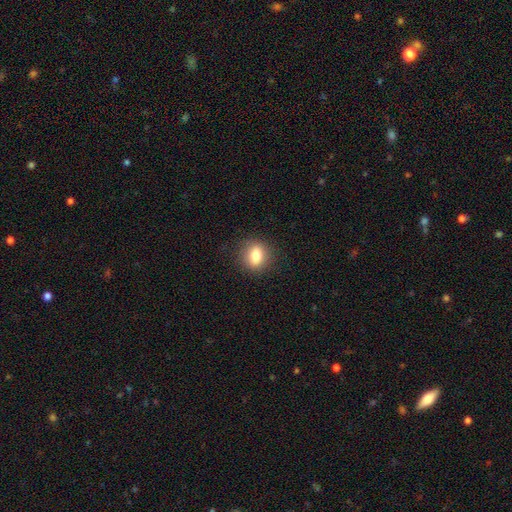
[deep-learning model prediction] Morphology: type=smooth (79%); roundness=round (50%); merging=none (87%).